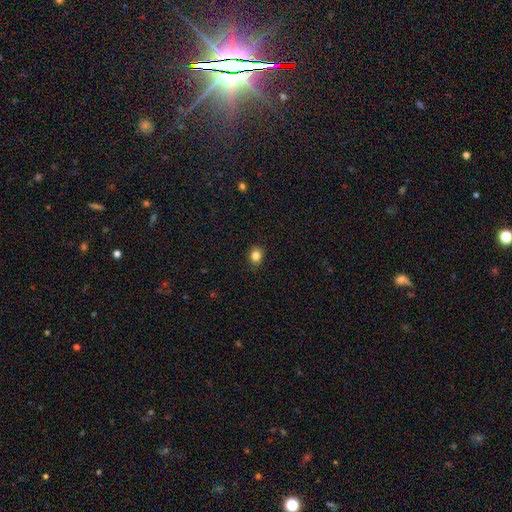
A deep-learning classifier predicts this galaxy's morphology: A smooth galaxy with no disk features (84%) that is round (63%).

Vote fractions:
- Smooth or featured? smooth: 84% / star or artifact: 11% / featured or disk: 5%
- How rounded? round: 63% / in between: 36% / cigar-shaped: 1%
- Merging? none: 87% / minor disturbance: 9% / major disturbance: 2% / merger: 1%